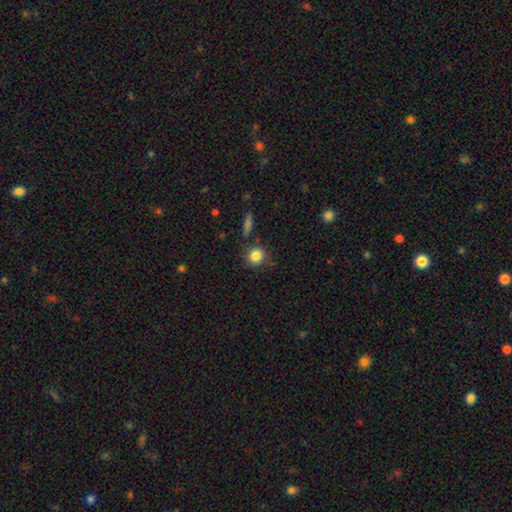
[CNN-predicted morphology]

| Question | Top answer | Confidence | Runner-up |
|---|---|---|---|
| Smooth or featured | smooth | 84% | star or artifact (10%) |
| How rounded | round | 85% | in between (13%) |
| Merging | none | 81% | minor disturbance (12%) |